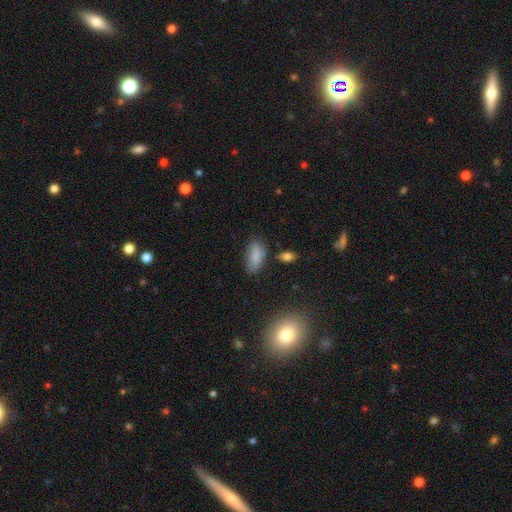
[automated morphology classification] Q: Smooth or featured?
A: smooth (83%); runner-up: featured or disk (9%)
Q: How rounded?
A: in between (87%); runner-up: cigar-shaped (10%)
Q: Merging?
A: none (70%); runner-up: minor disturbance (20%)